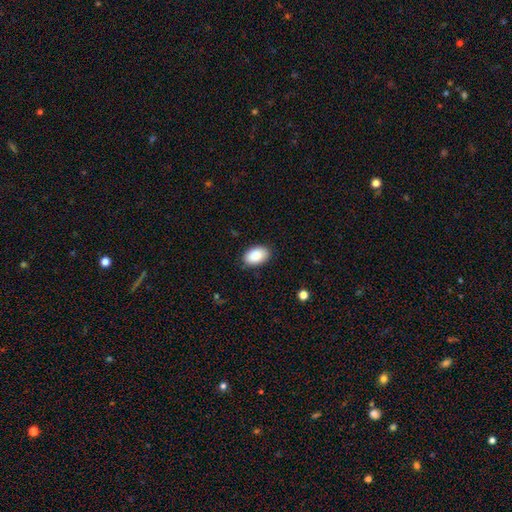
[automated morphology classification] type=smooth (90%); roundness=in between (92%); merging=none (85%).